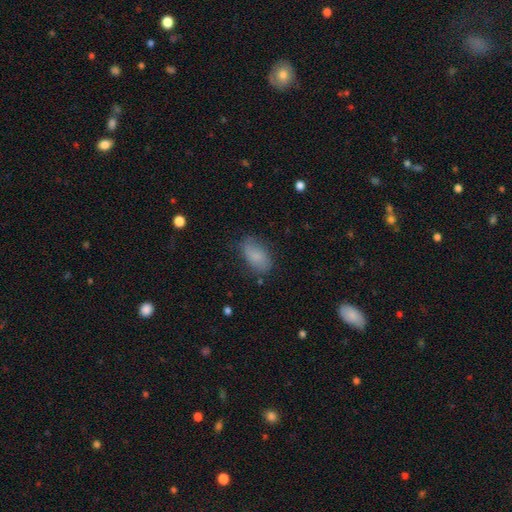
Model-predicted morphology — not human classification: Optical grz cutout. It shows a smooth galaxy with no disk features (77%) that is in between round and cigar-shaped (92%). Merging: none (70%).